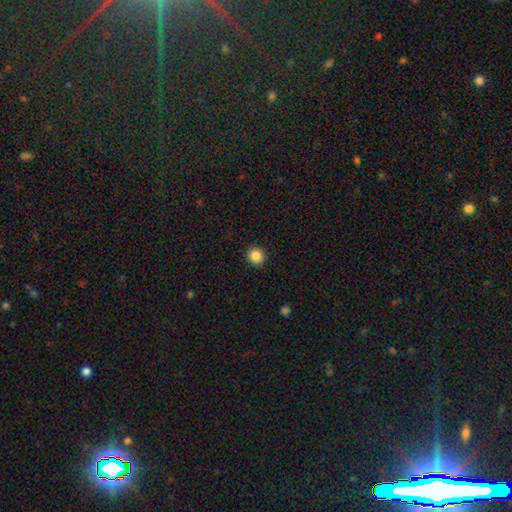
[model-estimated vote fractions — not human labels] A smooth galaxy with no disk features (86%) that is round (93%). Merging: none (92%).